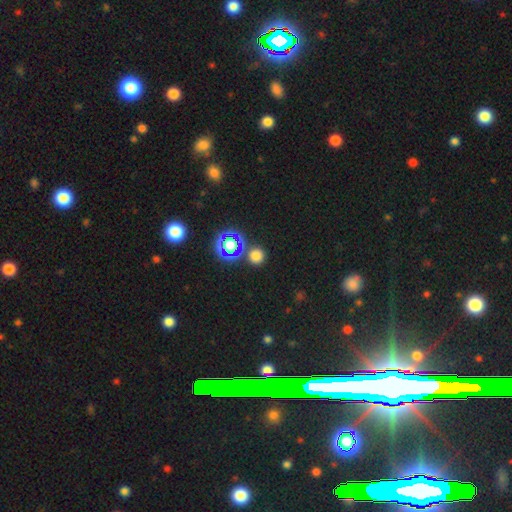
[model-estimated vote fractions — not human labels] smooth 67%, star or artifact 27%, featured or disk 6%. Down the decision tree: how rounded — round (92%); merging — none (83%).